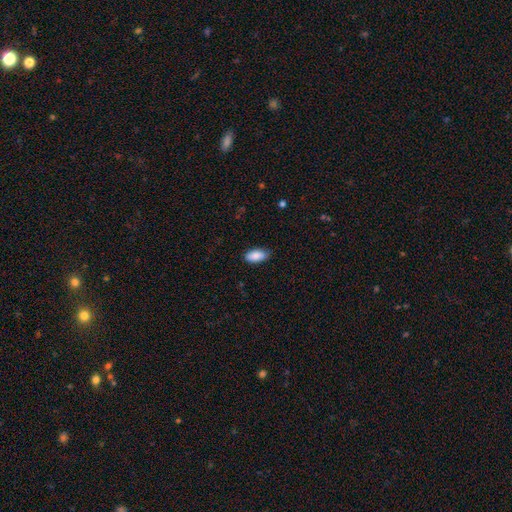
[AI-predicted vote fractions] smooth-or-featured: smooth: 87% | featured or disk: 6% | star or artifact: 6%
  how-rounded: in between: 92% | cigar-shaped: 5% | round: 2%
  merging: none: 81% | minor disturbance: 15% | major disturbance: 2% | merger: 1%